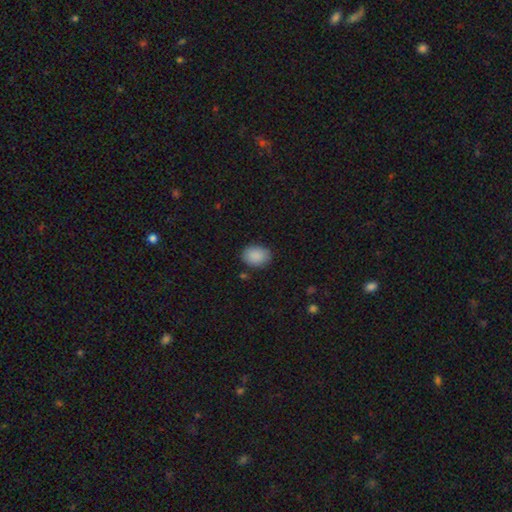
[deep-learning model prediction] This is clearly a smooth galaxy (89%). How rounded: likely in between (70%). Merging: clearly none (84%).